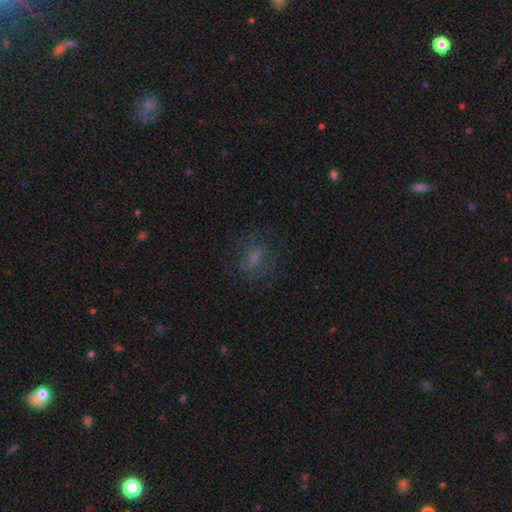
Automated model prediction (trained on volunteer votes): The model was most divided on "smooth or featured": smooth: 49%, featured or disk: 26%, star or artifact: 25%. More confident: merging — none (68%).